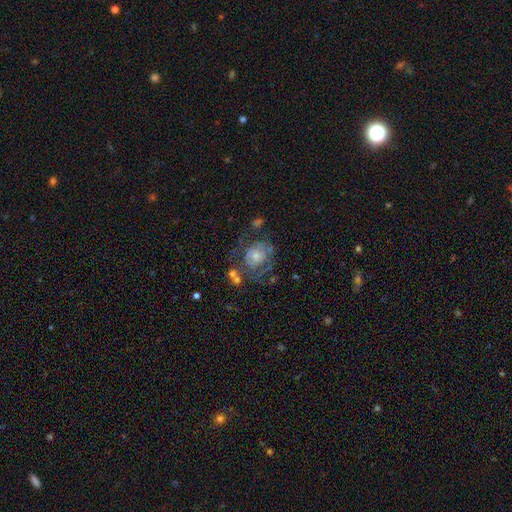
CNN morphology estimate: Q: Smooth or featured?
A: featured or disk (62%); runner-up: smooth (27%)
Q: Edge-on disk?
A: no (97%); runner-up: yes (3%)
Q: Bar?
A: no (82%); runner-up: weak (15%)
Q: Spiral arms?
A: yes (59%); runner-up: no (41%)
Q: Bulge size?
A: small (44%); runner-up: moderate (43%)
Q: Merging?
A: none (46%); runner-up: major disturbance (25%)